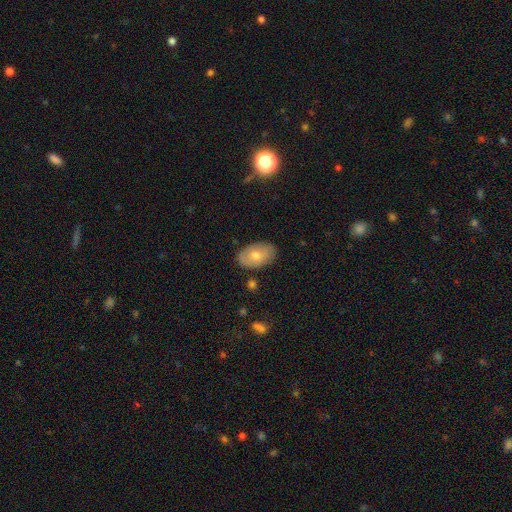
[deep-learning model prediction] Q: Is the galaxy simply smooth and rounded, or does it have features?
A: smooth — 62%.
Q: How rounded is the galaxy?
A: in between — 90%.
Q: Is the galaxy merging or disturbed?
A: none — 82%.